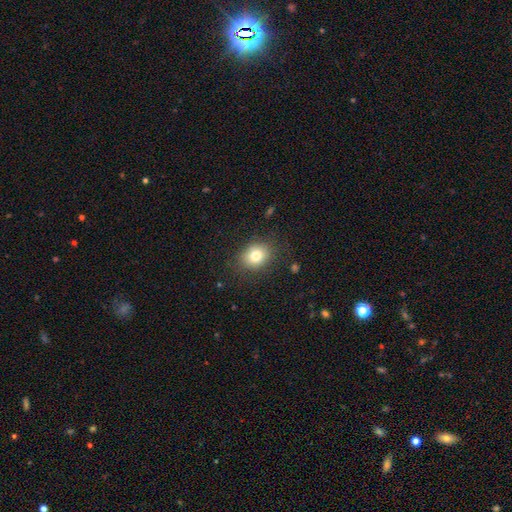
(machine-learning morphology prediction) smooth-or-featured: smooth: 80% | star or artifact: 11% | featured or disk: 9%
  how-rounded: round: 55% | in between: 44% | cigar-shaped: 1%
  merging: none: 83% | minor disturbance: 12% | major disturbance: 4% | merger: 1%